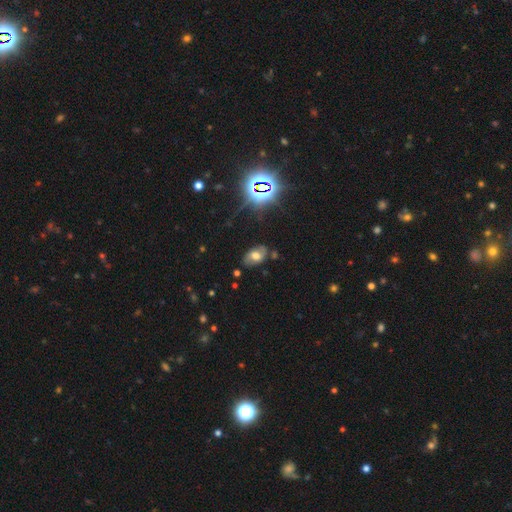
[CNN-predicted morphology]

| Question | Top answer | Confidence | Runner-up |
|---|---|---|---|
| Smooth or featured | smooth | 44% | featured or disk (37%) |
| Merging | none | 71% | minor disturbance (19%) |